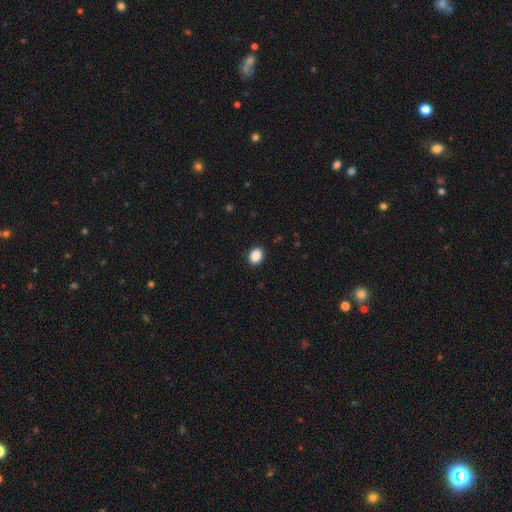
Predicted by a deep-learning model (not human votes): The model was most divided on "how rounded": round: 51%, in between: 48%, cigar-shaped: 1%. More confident: merging — none (91%); smooth or featured — smooth (89%).